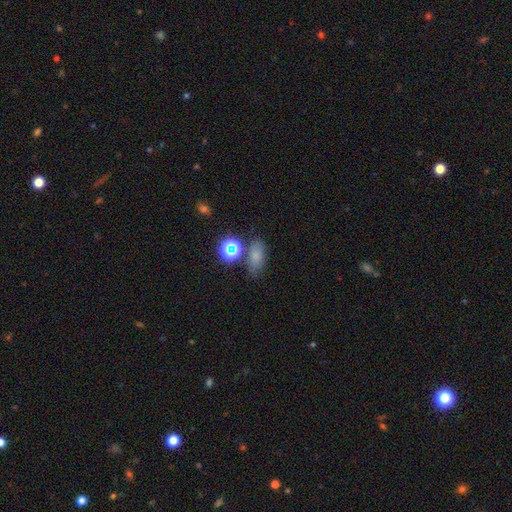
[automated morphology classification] type=smooth (69%); roundness=in between (77%); merging=none (69%).